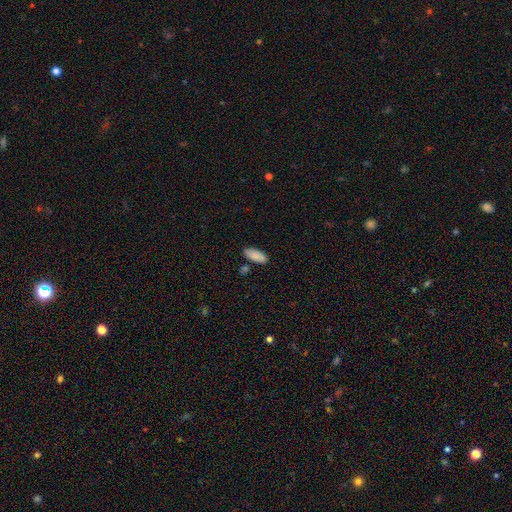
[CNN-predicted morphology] Smooth or featured? smooth (89%)
How rounded? in between (82%)
Merging? none (83%)